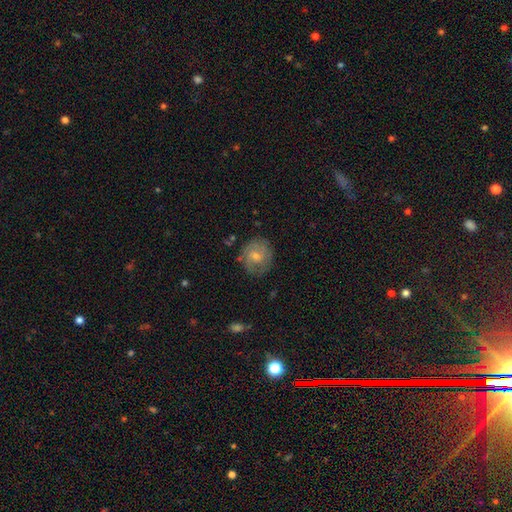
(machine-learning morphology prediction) This is possibly a smooth galaxy (47%). Merging: likely none (77%).